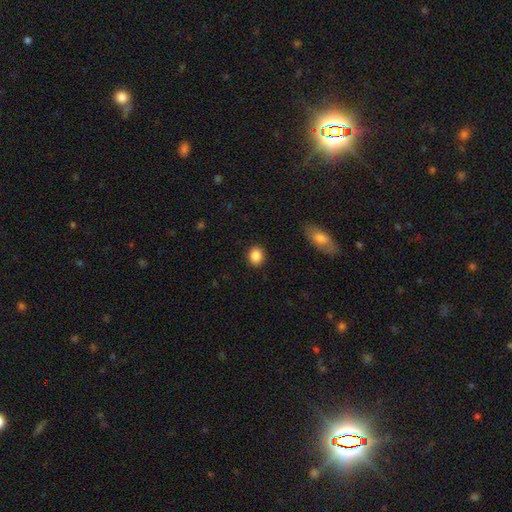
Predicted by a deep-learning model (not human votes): This is clearly a smooth galaxy (87%). How rounded: likely round (66%). Merging: clearly none (90%).